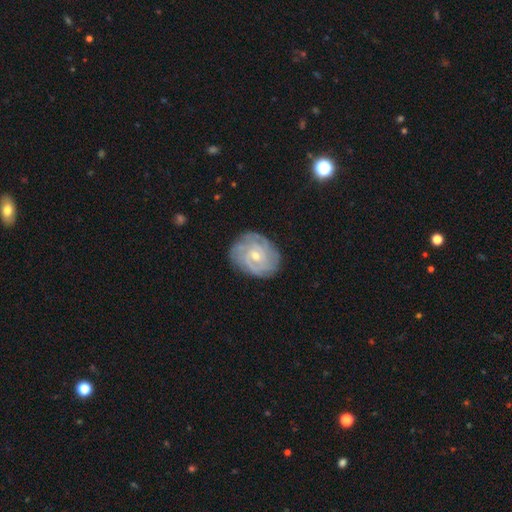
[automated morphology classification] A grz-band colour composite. It shows a featured or disk galaxy (79%) with no bar (60%), tight (73%) spiral arms (92%) and a moderate central bulge (49%). Merging: none (79%).